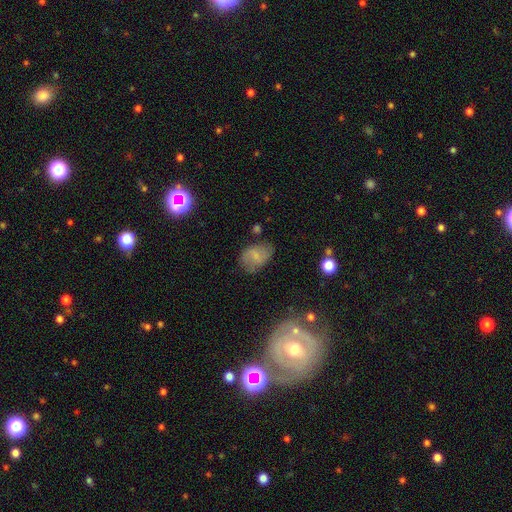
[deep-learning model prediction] A smooth galaxy with no disk features (58%) that is in between round and cigar-shaped (79%). Merging: none (70%).